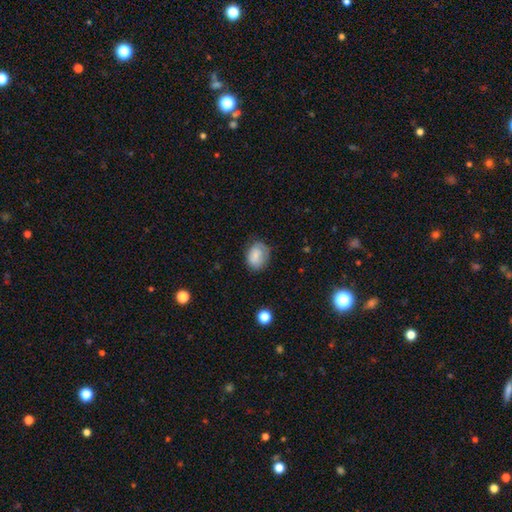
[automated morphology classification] Overall: smooth (77%). How rounded: in between (67%; round 32%). Merging: none (67%).